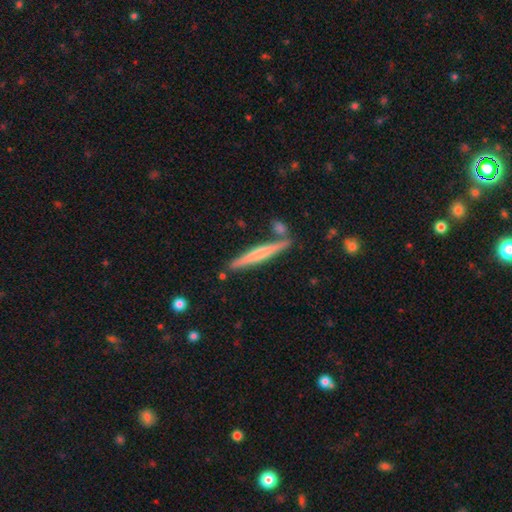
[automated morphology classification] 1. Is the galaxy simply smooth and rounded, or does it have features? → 48% smooth, 47% featured or disk, 6% star or artifact.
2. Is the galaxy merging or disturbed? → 83% none, 9% minor disturbance, 6% merger, 2% major disturbance.